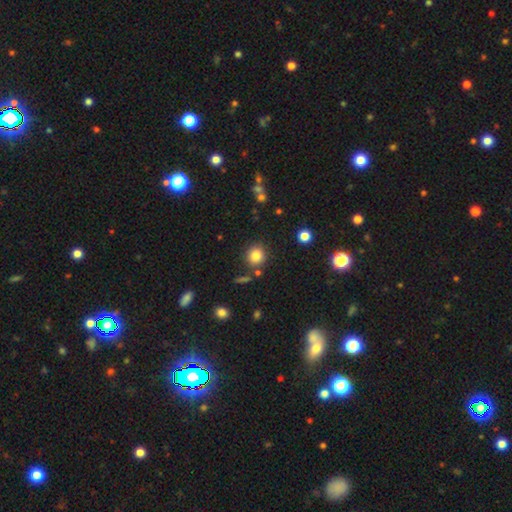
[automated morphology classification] This appears to be a smooth galaxy with no disk features (82%) that is round (88%). Merging: none (82%).